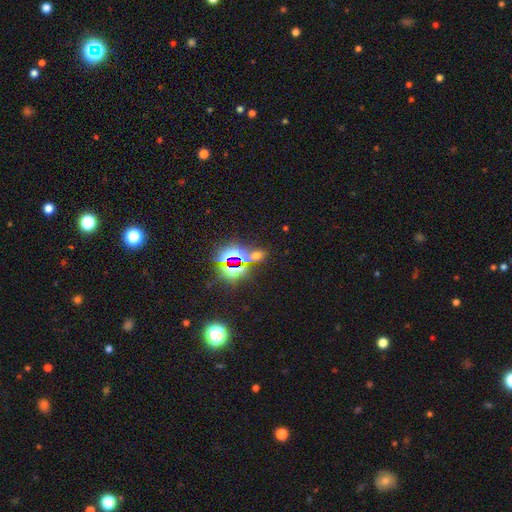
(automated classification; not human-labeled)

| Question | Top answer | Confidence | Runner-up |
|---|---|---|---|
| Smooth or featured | star or artifact | 58% | smooth (34%) |